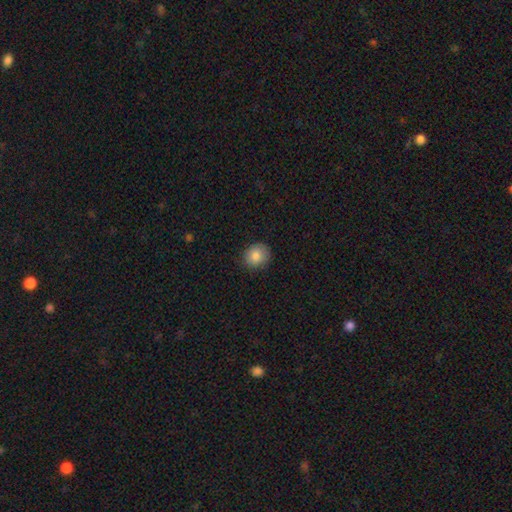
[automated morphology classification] Smooth or featured: smooth — 85% (star or artifact — 9%)
How rounded: round — 78% (in between — 21%)
Merging: none — 87% (minor disturbance — 10%)